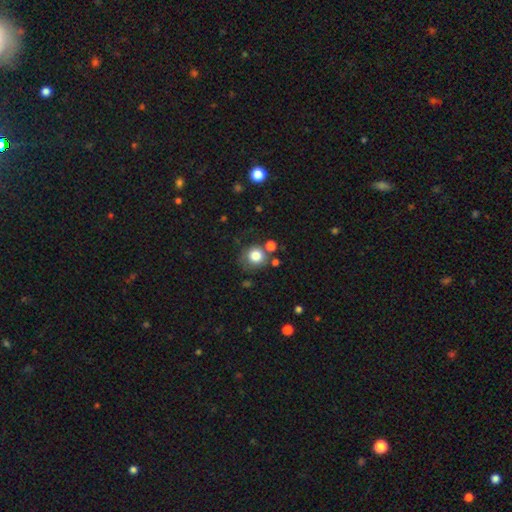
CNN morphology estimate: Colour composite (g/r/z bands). It shows a smooth galaxy with no disk features (81%) that is round (89%). Merging: none (68%).